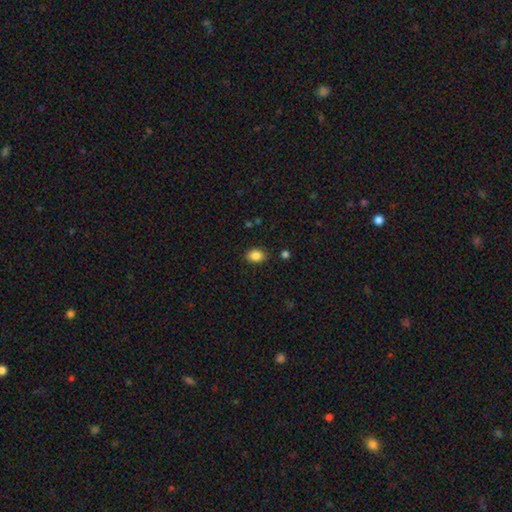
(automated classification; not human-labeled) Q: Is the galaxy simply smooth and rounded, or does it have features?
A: smooth — 86%.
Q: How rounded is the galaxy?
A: in between — 67%.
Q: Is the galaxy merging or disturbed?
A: none — 85%.